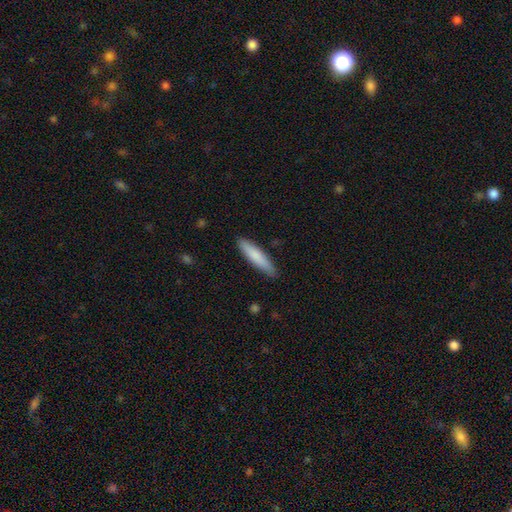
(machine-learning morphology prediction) smooth-or-featured: smooth: 81% | featured or disk: 14% | star or artifact: 5%
  how-rounded: cigar-shaped: 83% | in between: 15% | round: 1%
  merging: none: 87% | minor disturbance: 10% | major disturbance: 2% | merger: 1%